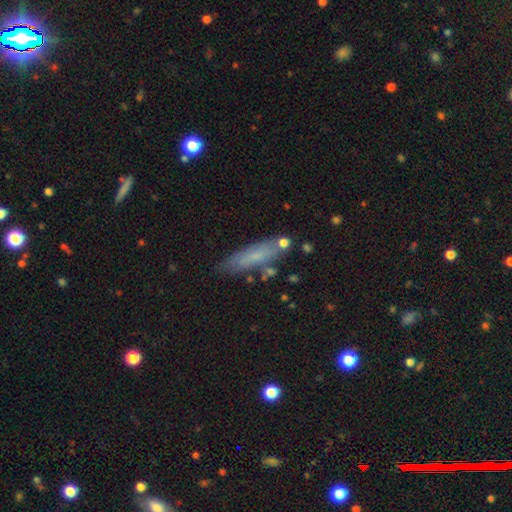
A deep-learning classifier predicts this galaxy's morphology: This appears to be a smooth galaxy with no disk features (62%) that is cigar-shaped (67%). Merging: none (72%).